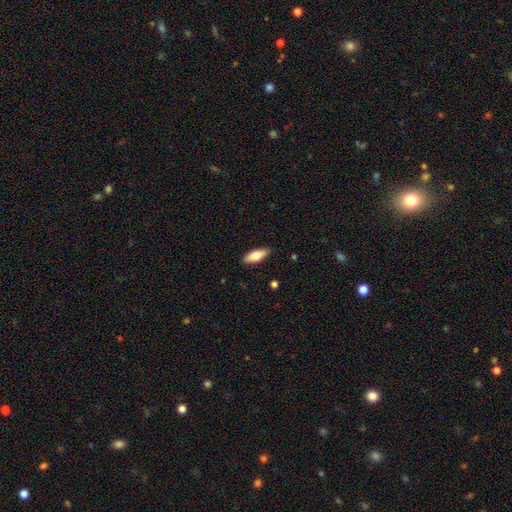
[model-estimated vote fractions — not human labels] This appears to be a smooth galaxy with no disk features (69%) that is in between round and cigar-shaped (70%). Merging: none (88%).